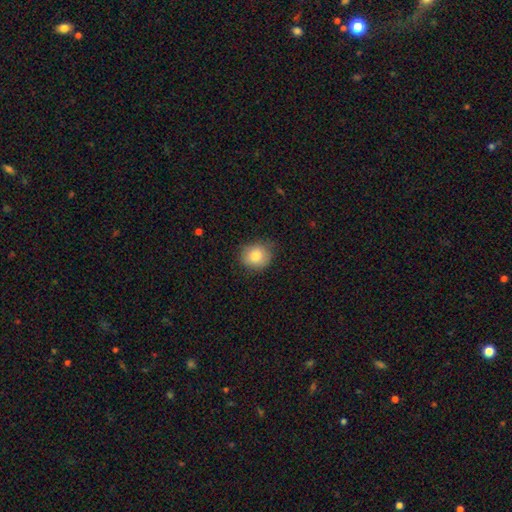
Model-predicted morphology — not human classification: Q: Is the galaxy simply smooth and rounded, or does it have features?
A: smooth — 82%.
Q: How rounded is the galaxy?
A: round — 76%.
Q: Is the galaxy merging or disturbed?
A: none — 79%.